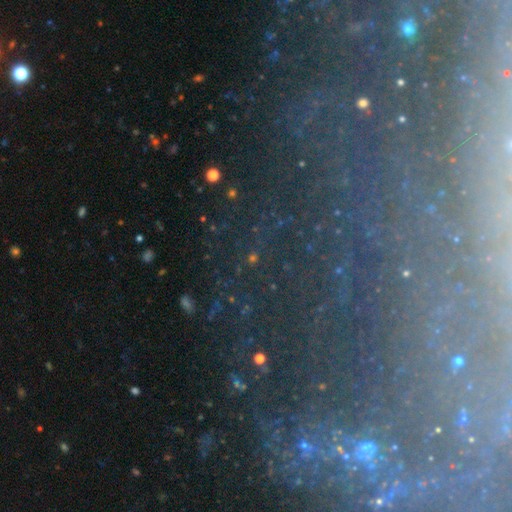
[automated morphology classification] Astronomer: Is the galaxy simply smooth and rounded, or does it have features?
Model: star or artifact — 45% (runner-up: featured or disk, 39%).